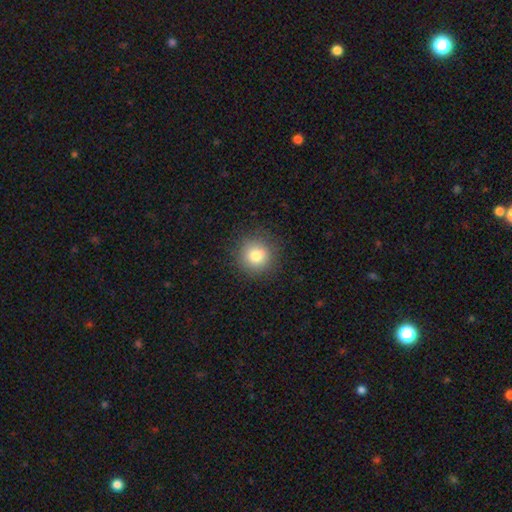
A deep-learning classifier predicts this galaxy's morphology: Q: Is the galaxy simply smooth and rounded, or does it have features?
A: smooth — 80%.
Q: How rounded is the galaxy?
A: round — 93%.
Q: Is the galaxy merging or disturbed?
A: none — 87%.